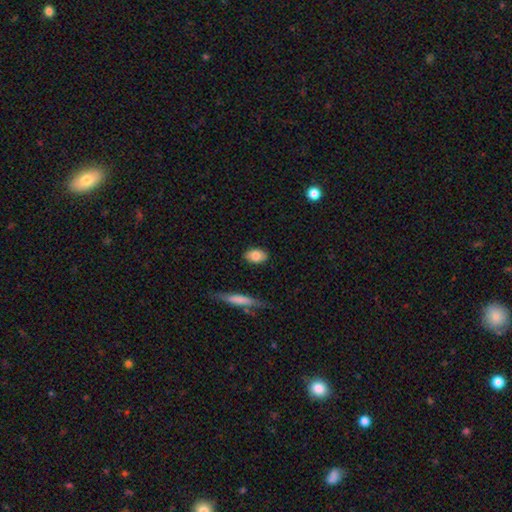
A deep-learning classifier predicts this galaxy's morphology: This appears to be a smooth galaxy with no disk features (84%) that is in between round and cigar-shaped (86%). Merging: none (86%).